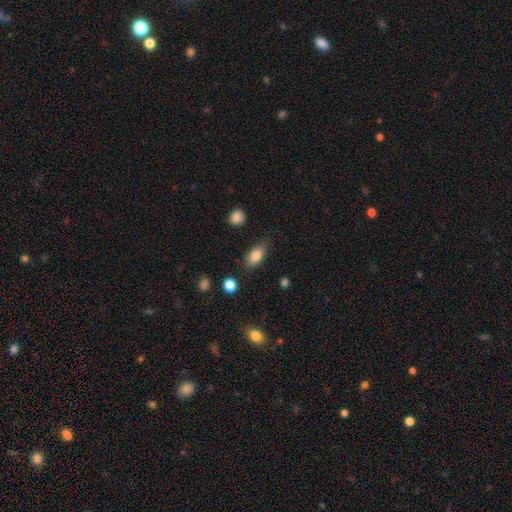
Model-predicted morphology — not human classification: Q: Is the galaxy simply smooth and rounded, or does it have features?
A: smooth — 83%.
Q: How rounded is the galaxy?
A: in between — 87%.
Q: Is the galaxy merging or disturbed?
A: none — 77%.